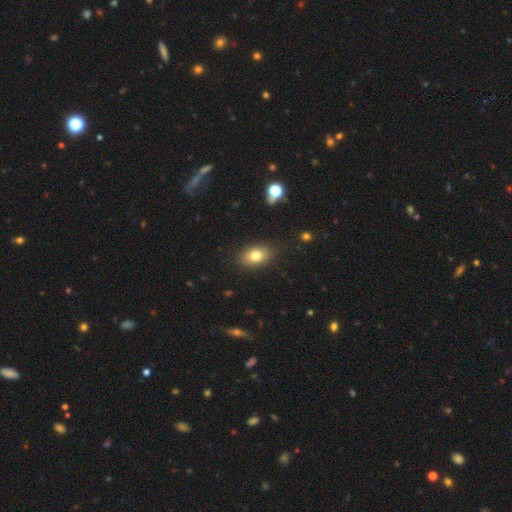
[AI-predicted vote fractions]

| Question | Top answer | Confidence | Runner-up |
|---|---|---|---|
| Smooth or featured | smooth | 79% | featured or disk (11%) |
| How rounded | in between | 83% | round (16%) |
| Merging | none | 85% | minor disturbance (11%) |